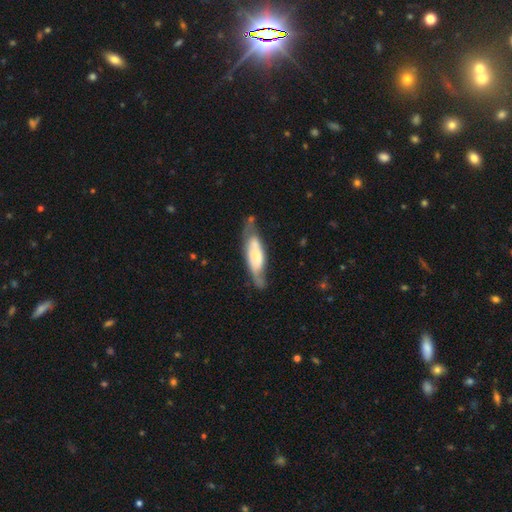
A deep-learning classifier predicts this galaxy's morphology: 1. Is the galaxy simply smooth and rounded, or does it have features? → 59% featured or disk, 36% smooth, 5% star or artifact.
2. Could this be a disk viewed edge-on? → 64% no, 36% yes.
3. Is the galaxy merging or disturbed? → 55% none, 27% minor disturbance, 13% major disturbance, 5% merger.